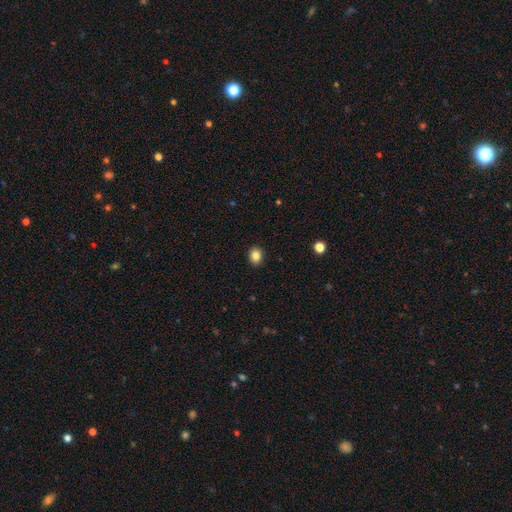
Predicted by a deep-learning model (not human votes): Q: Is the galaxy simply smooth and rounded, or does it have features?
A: smooth — 84%.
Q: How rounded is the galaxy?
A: in between — 52%.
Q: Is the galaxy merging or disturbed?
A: none — 90%.